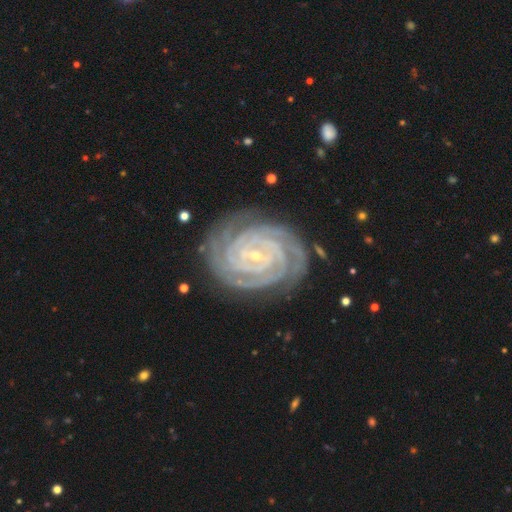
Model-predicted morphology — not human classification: Smooth or featured? Predicted: featured or disk (p=0.93). Edge-on disk? Predicted: no (p=0.98). Bar? Predicted: no (p=0.38). Spiral arms? Predicted: yes (p=0.99). Spiral winding? Predicted: tight (p=0.90). Spiral arm count? Predicted: 2 (p=0.32). Bulge size? Predicted: small (p=0.85). Merging? Predicted: none (p=0.82).